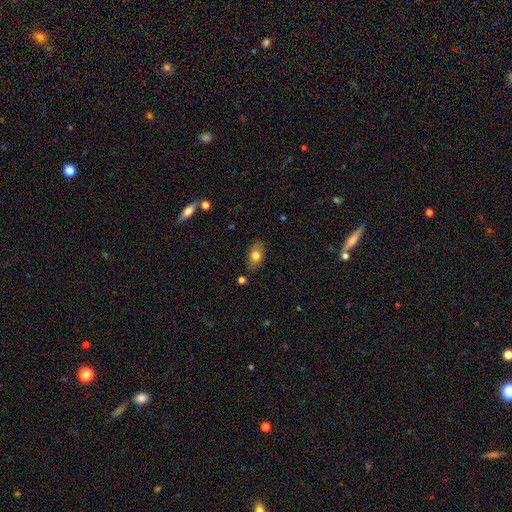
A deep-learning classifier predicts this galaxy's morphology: smooth-or-featured: smooth: 74% | featured or disk: 18% | star or artifact: 8%
  how-rounded: in between: 86% | round: 10% | cigar-shaped: 3%
  merging: none: 81% | minor disturbance: 14% | major disturbance: 3% | merger: 3%